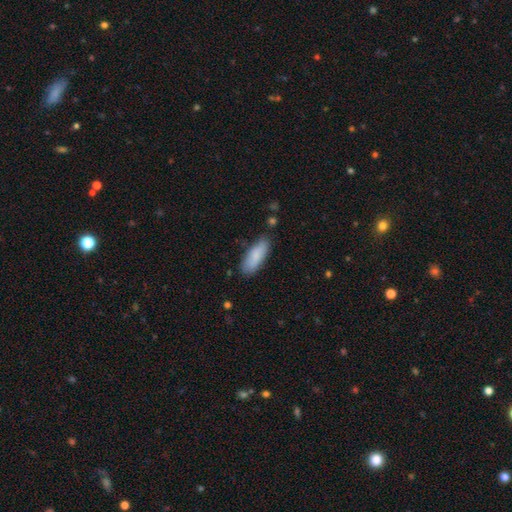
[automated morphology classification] This appears to be a smooth galaxy with no disk features (85%) that is in between round and cigar-shaped (68%). Merging: none (77%).